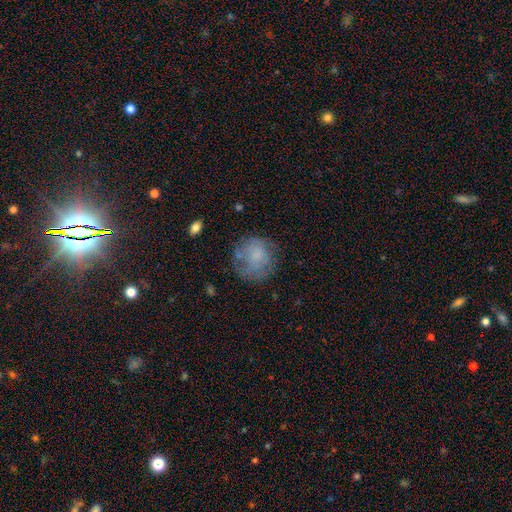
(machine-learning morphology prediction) A smooth galaxy with no disk features (58%) that is round (84%). Merging: none (60%).